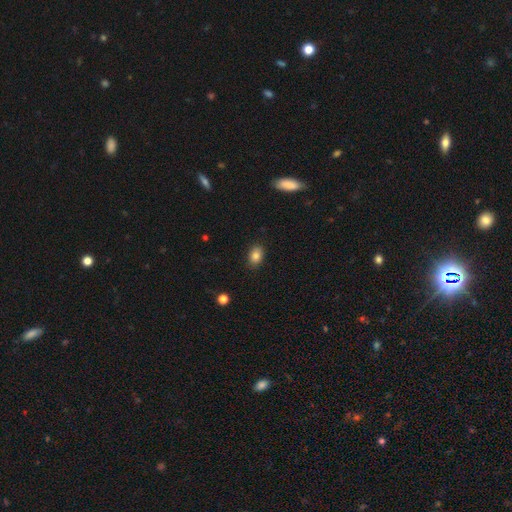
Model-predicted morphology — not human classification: smooth_or_featured: smooth (p=0.84) [alt: star or artifact p=0.09]
how_rounded: in between (p=0.83) [alt: round p=0.16]
merging: none (p=0.87) [alt: minor disturbance p=0.10]